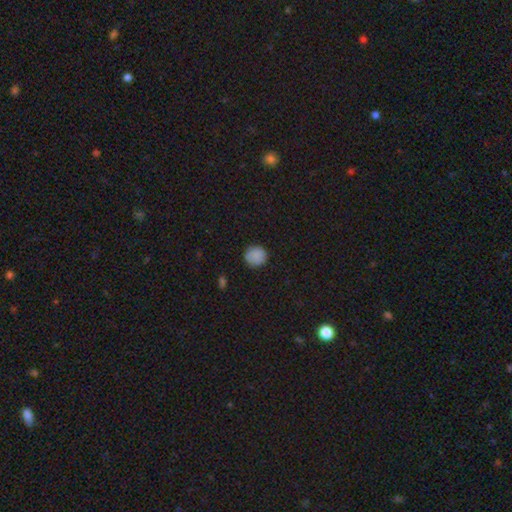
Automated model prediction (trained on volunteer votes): smooth_or_featured: smooth (p=0.86) [alt: star or artifact p=0.09]
how_rounded: round (p=0.91) [alt: in between p=0.08]
merging: none (p=0.88) [alt: minor disturbance p=0.09]